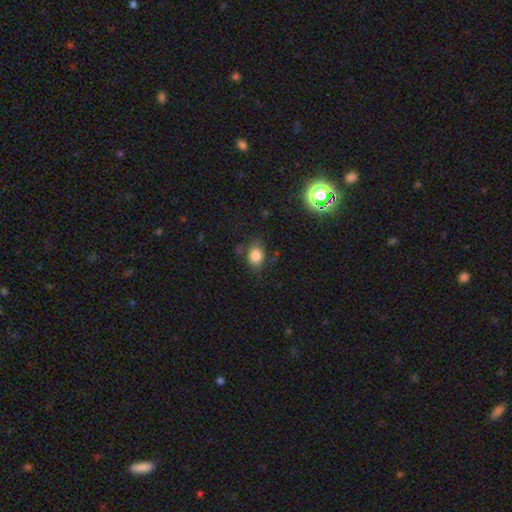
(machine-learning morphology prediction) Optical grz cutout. It shows a smooth galaxy with no disk features (81%) that is in between round and cigar-shaped (70%). Merging: none (68%).